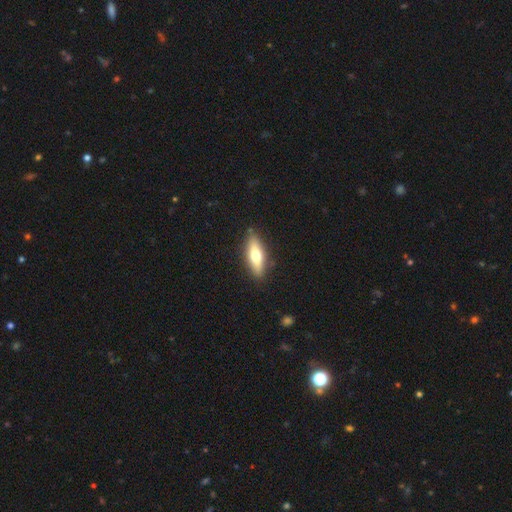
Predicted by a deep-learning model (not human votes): Q: Smooth or featured?
A: smooth (62%); runner-up: featured or disk (33%)
Q: How rounded?
A: in between (50%); runner-up: cigar-shaped (48%)
Q: Merging?
A: none (86%); runner-up: minor disturbance (10%)